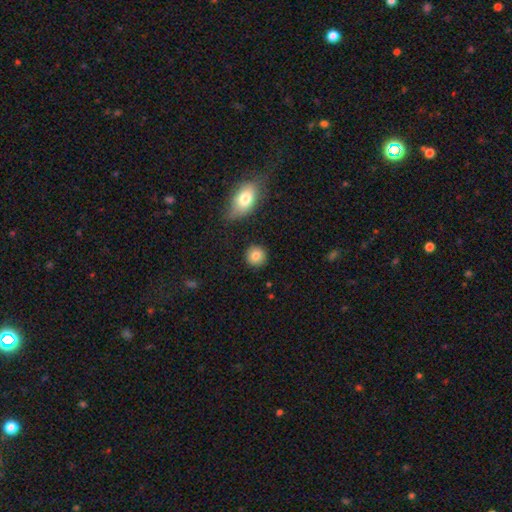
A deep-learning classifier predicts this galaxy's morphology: smooth_or_featured: smooth (p=0.85) [alt: star or artifact p=0.09]
how_rounded: round (p=0.91) [alt: in between p=0.08]
merging: none (p=0.88) [alt: minor disturbance p=0.08]